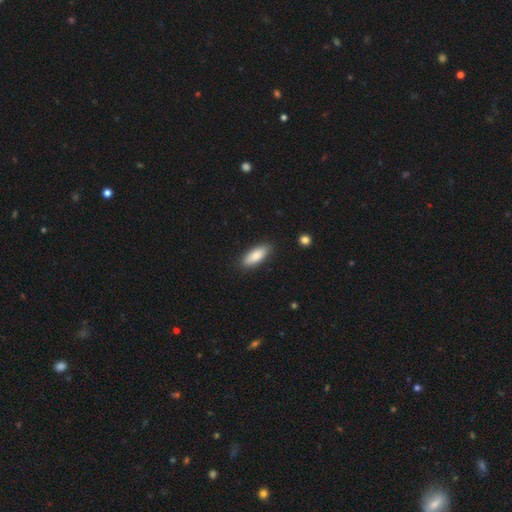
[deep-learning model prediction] Overall: smooth (84%). How rounded: in between (67%; cigar-shaped 31%). Merging: none (87%).